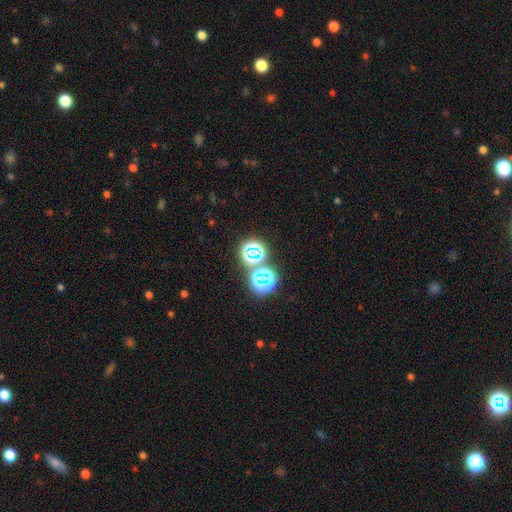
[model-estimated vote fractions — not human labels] smooth_or_featured: star or artifact (p=0.64) [alt: smooth p=0.29]